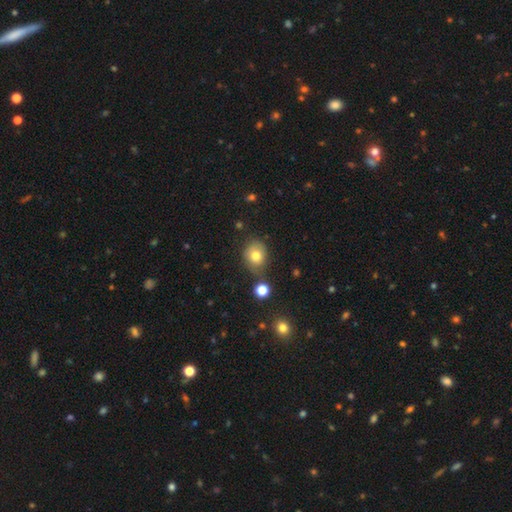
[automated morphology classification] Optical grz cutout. It shows a smooth galaxy with no disk features (78%) that is round (62%). Merging: none (66%).